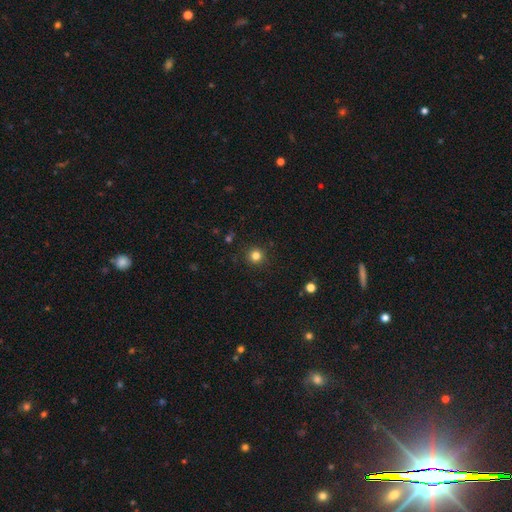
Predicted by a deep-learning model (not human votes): Smooth or featured: smooth — 81% (star or artifact — 14%)
How rounded: round — 95% (in between — 4%)
Merging: none — 91% (minor disturbance — 6%)